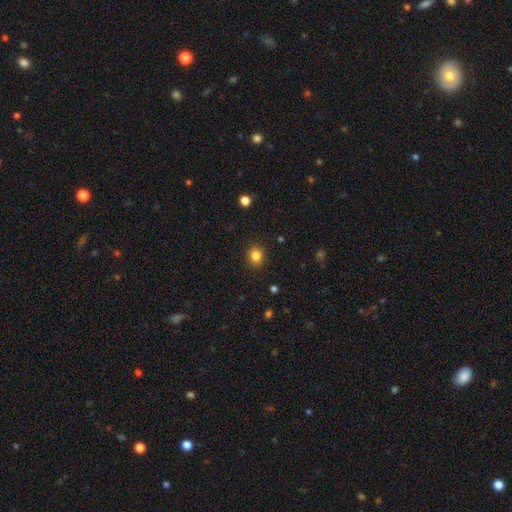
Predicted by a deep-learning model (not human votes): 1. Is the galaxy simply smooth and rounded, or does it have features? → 84% smooth, 12% star or artifact, 5% featured or disk.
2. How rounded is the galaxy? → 78% round, 21% in between, 1% cigar-shaped.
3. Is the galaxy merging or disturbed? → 89% none, 7% minor disturbance, 2% major disturbance, 1% merger.